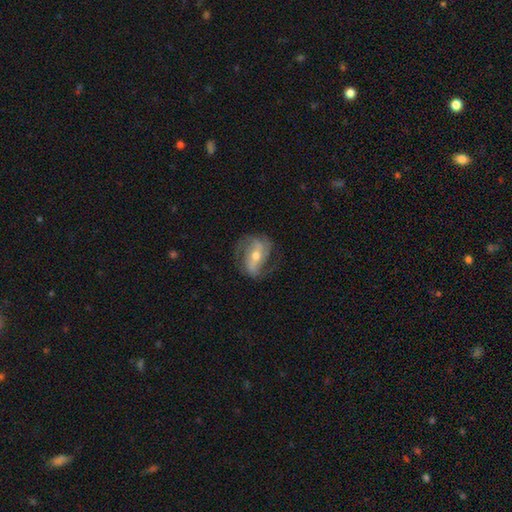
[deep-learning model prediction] Smooth or featured?
  - featured or disk: 76% *
  - smooth: 18%
  - star or artifact: 6%
Edge-on disk?
  - no: 94% *
  - yes: 6%
Bar?
  - strong: 42% *
  - weak: 36%
  - no: 22%
Spiral arms?
  - yes: 88% *
  - no: 12%
Spiral winding?
  - medium: 46% *
  - loose: 32%
  - tight: 23%
Spiral arm count?
  - 2: 78% *
  - can't tell: 10%
  - 3: 6%
  - 1: 4%
  - 4: 2%
  - more than 4: 1%
Bulge size?
  - moderate: 64% *
  - small: 29%
  - large: 5%
  - none: 1%
  - dominant: 1%
Merging?
  - none: 66% *
  - minor disturbance: 20%
  - major disturbance: 13%
  - merger: 1%